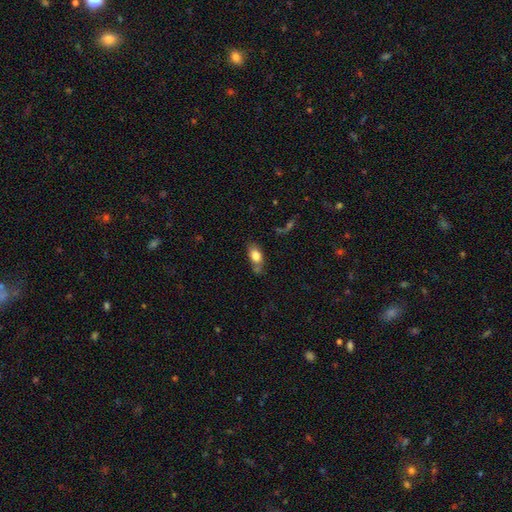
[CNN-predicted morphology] A smooth galaxy with no disk features (77%) that is in between round and cigar-shaped (85%). Merging: none (55%).